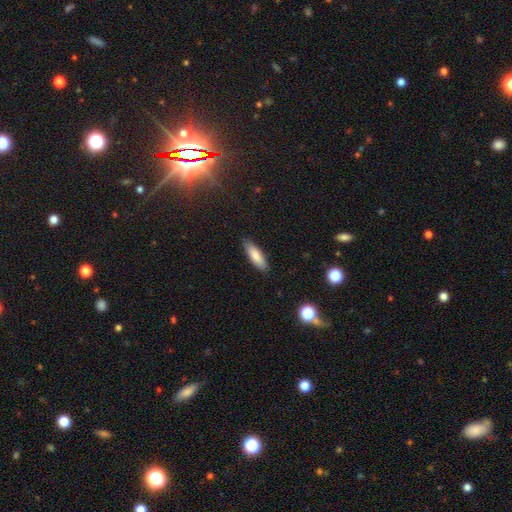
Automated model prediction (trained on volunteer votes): Smooth or featured?
  - smooth: 81% *
  - featured or disk: 13%
  - star or artifact: 6%
How rounded?
  - in between: 50% *
  - cigar-shaped: 49%
  - round: 2%
Merging?
  - none: 88% *
  - minor disturbance: 9%
  - major disturbance: 2%
  - merger: 1%